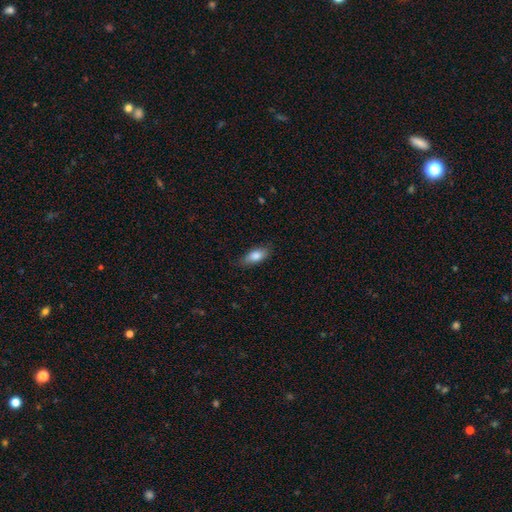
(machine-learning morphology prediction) Smooth or featured? Predicted: smooth (p=0.81). How rounded? Predicted: in between (p=0.82). Merging? Predicted: none (p=0.79).